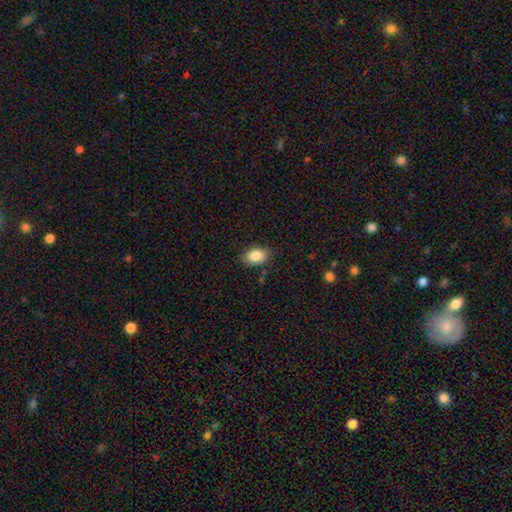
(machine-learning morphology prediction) Smooth or featured? Predicted: smooth (p=0.85). How rounded? Predicted: in between (p=0.86). Merging? Predicted: none (p=0.84).